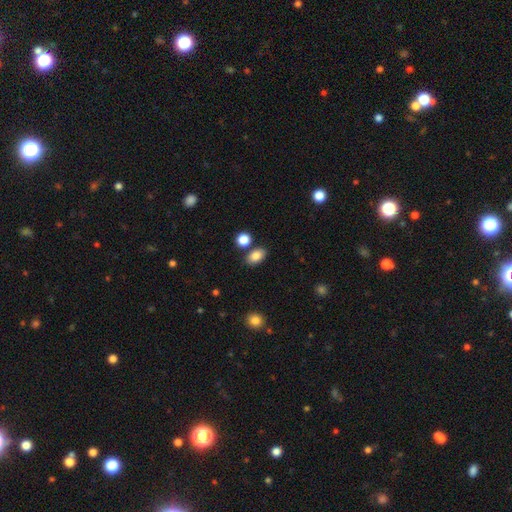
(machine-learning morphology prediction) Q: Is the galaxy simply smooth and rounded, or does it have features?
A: smooth — 85%.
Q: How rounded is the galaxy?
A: in between — 84%.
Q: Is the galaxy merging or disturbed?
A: none — 78%.